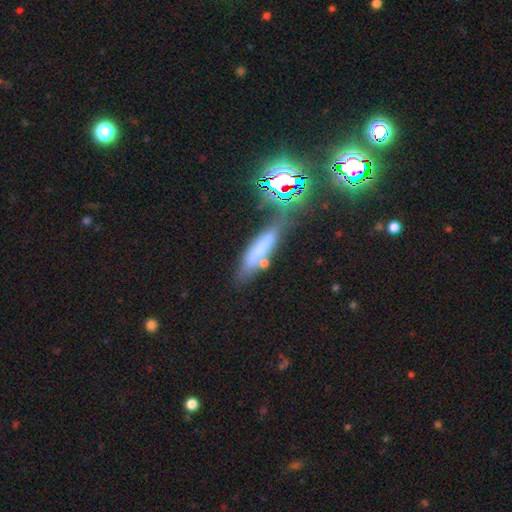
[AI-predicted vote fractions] Morphology: type=smooth (52%); roundness=cigar-shaped (72%); merging=none (57%).